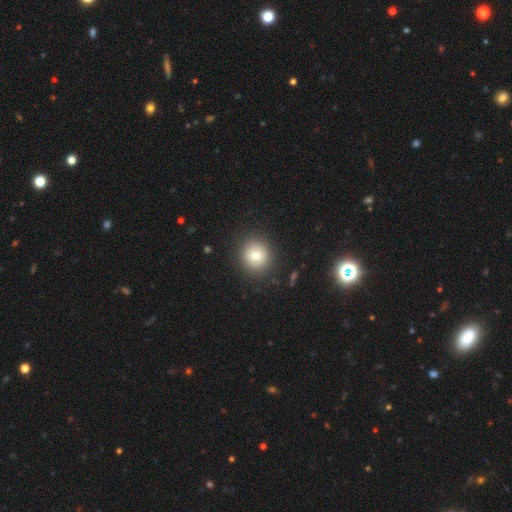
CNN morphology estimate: The model was most divided on "smooth or featured": smooth: 79%, star or artifact: 10%, featured or disk: 10%. More confident: merging — none (89%); how rounded — round (88%).